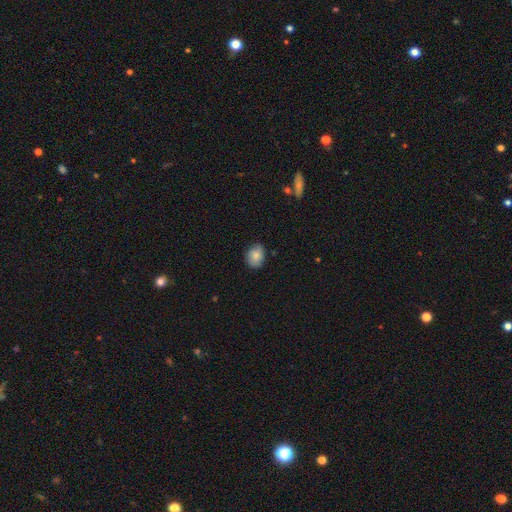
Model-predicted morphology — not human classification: Q: Smooth or featured?
A: smooth (81%); runner-up: featured or disk (11%)
Q: How rounded?
A: in between (51%); runner-up: round (48%)
Q: Merging?
A: none (76%); runner-up: minor disturbance (20%)